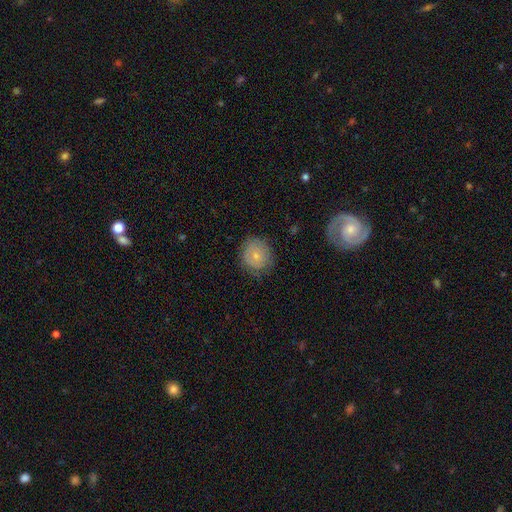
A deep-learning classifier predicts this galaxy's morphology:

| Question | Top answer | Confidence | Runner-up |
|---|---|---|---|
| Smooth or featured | smooth | 66% | featured or disk (26%) |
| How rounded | round | 83% | in between (16%) |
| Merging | none | 76% | minor disturbance (18%) |